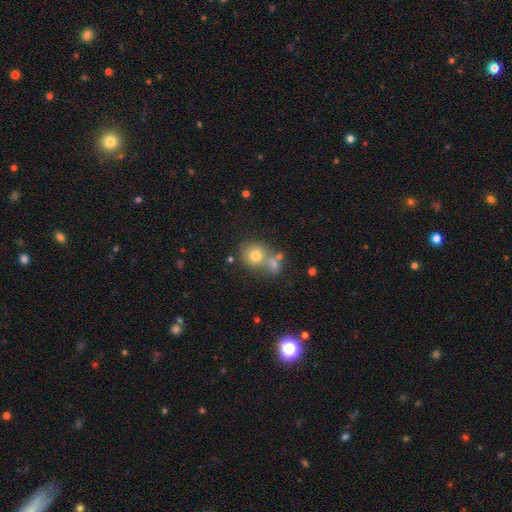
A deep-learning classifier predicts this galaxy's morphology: Smooth or featured: smooth — 74% (featured or disk — 13%)
How rounded: round — 81% (in between — 18%)
Merging: none — 51% (merger — 33%)